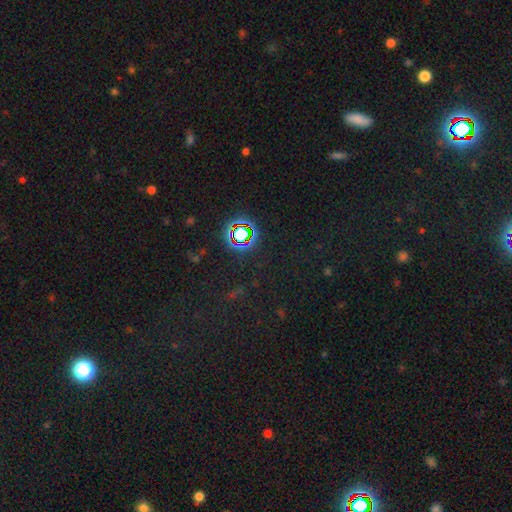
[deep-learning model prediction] This is likely a star or artifact rather than a galaxy (68%).